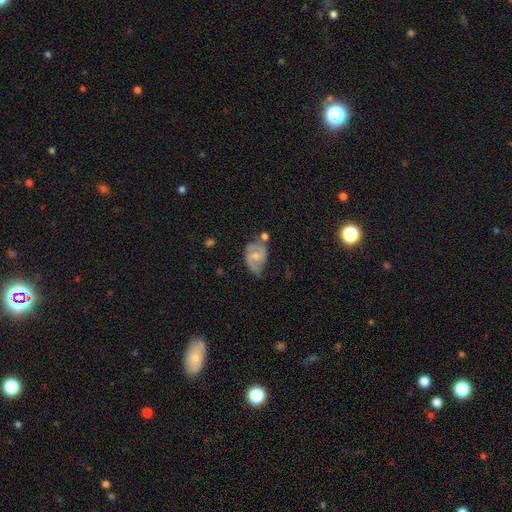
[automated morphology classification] A featured or disk galaxy (65%) with no bar (56%), 2 (71%) medium (45%) spiral arms (82%) and a small central bulge (48%).

Vote fractions:
- Smooth or featured? featured or disk: 65% / smooth: 28% / star or artifact: 7%
- Edge-on disk? no: 96% / yes: 4%
- Bar? no: 56% / weak: 36% / strong: 7%
- Spiral arms? yes: 82% / no: 18%
- Spiral winding? medium: 45% / tight: 30% / loose: 25%
- Spiral arm count? 2: 71% / can't tell: 16% / 1: 7% / 3: 4% / 4: 1% / more than 4: 1%
- Bulge size? small: 48% / moderate: 46% / none: 3% / large: 2% / dominant: 1%
- Merging? none: 39% / minor disturbance: 32% / major disturbance: 17% / merger: 12%